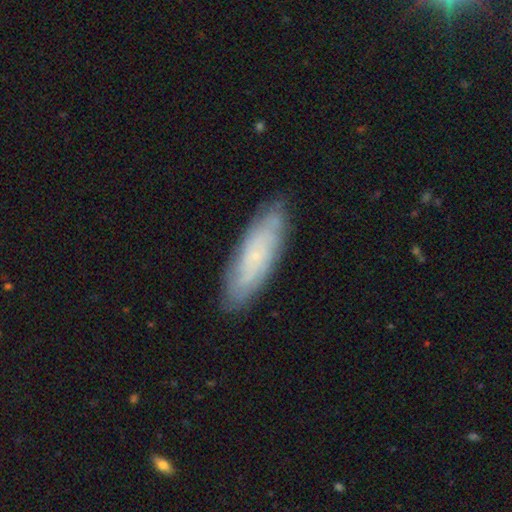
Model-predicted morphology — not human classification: Smooth or featured? featured or disk (53%)
Edge-on disk? no (77%)
Merging? none (82%)